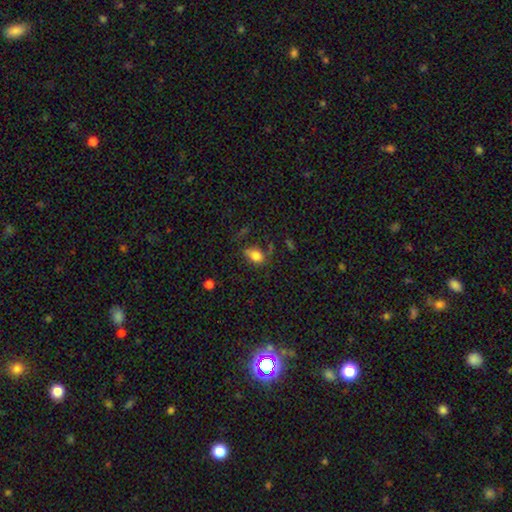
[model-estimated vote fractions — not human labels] Q: Smooth or featured?
A: smooth (79%); runner-up: star or artifact (11%)
Q: How rounded?
A: in between (75%); runner-up: round (22%)
Q: Merging?
A: none (56%); runner-up: minor disturbance (26%)